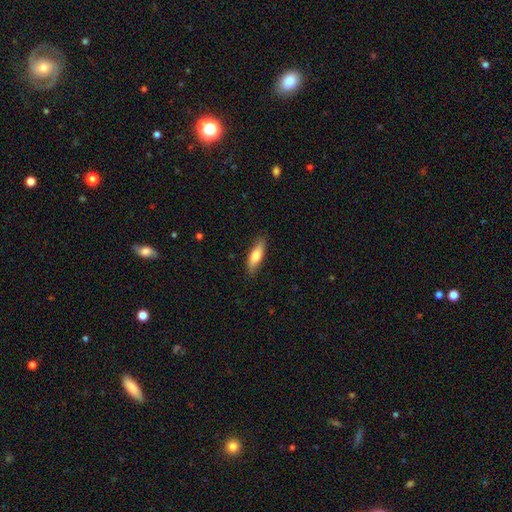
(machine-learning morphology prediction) Smooth or featured: smooth — 71% (featured or disk — 23%)
How rounded: cigar-shaped — 55% (in between — 43%)
Merging: none — 84% (minor disturbance — 13%)